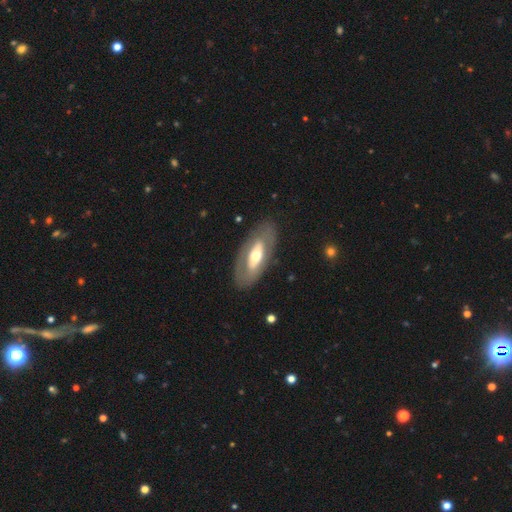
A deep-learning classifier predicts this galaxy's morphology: Q: Smooth or featured?
A: featured or disk (57%); runner-up: smooth (38%)
Q: Edge-on disk?
A: no (82%); runner-up: yes (18%)
Q: Merging?
A: none (81%); runner-up: minor disturbance (12%)